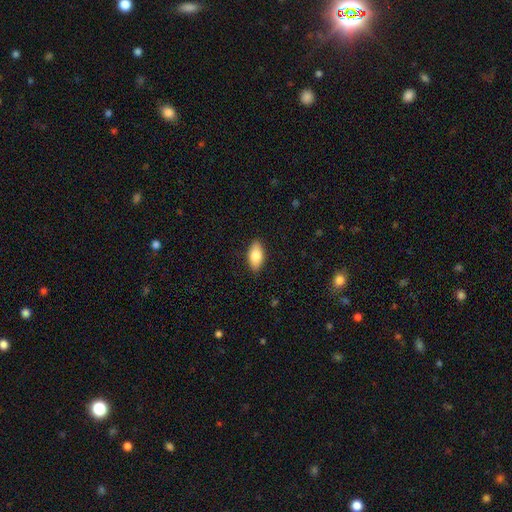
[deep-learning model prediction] Smooth or featured? smooth (80%)
How rounded? in between (90%)
Merging? none (88%)